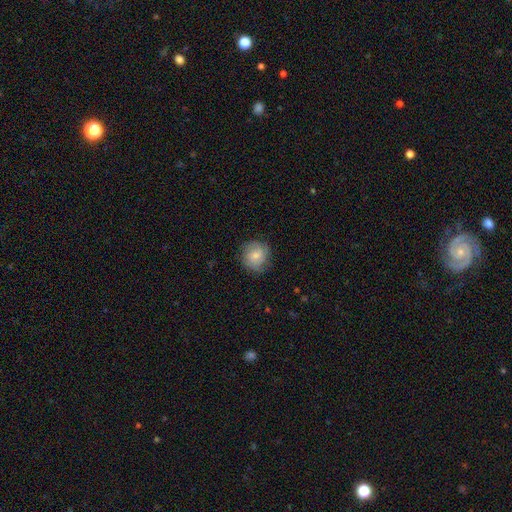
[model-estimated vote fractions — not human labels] This is likely a smooth galaxy (68%). How rounded: clearly round (88%). Merging: likely none (76%).